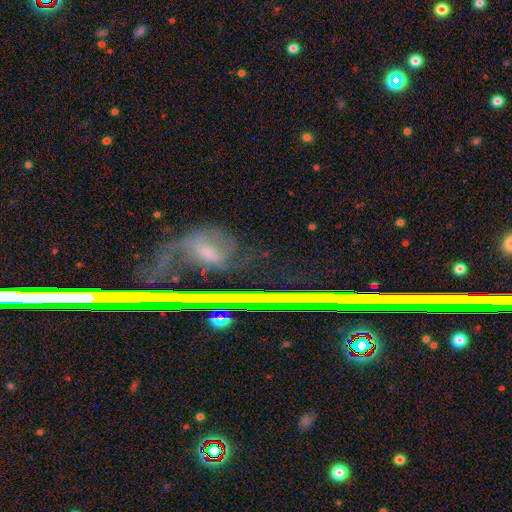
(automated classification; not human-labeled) smooth-or-featured: star or artifact: 51% | featured or disk: 33% | smooth: 15%